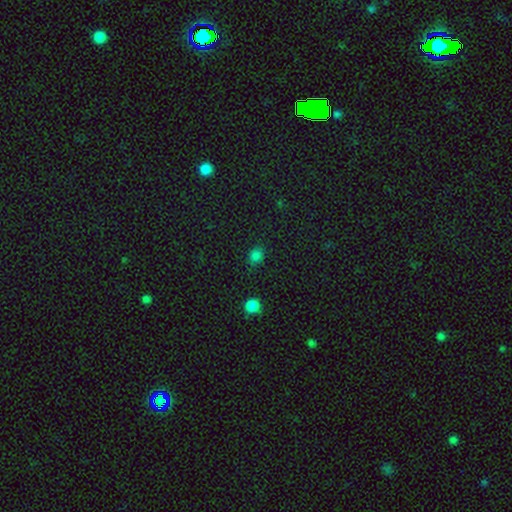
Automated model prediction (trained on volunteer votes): A smooth galaxy with no disk features (79%) that is round (64%). Merging: none (82%).